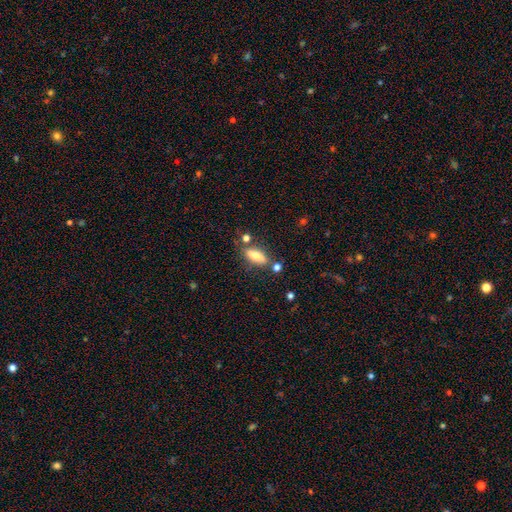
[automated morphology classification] The model was most divided on "how rounded": in between: 65%, cigar-shaped: 32%, round: 3%. More confident: smooth or featured — smooth (76%); merging — none (72%).